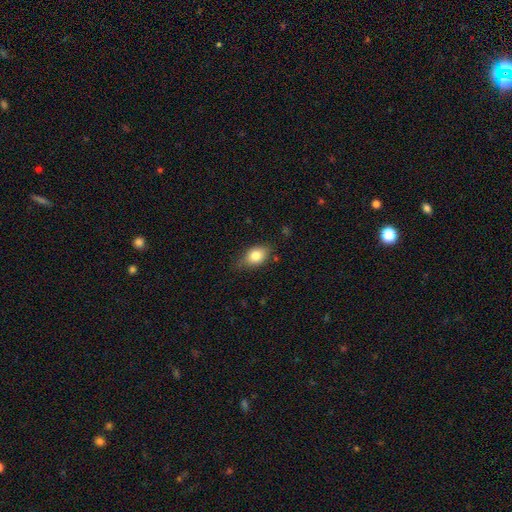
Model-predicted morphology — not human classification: Smooth or featured? Predicted: smooth (p=0.81). How rounded? Predicted: in between (p=0.79). Merging? Predicted: none (p=0.67).